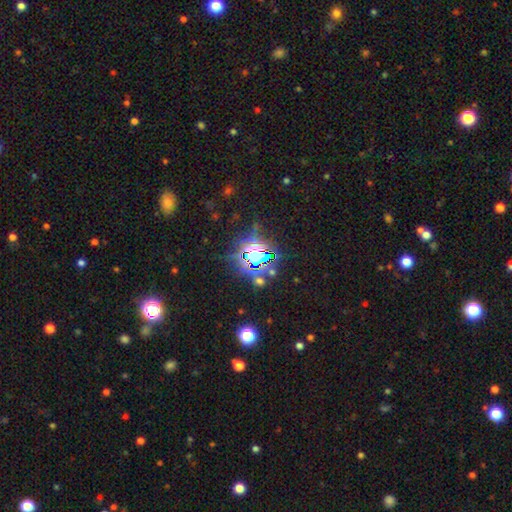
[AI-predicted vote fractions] This appears to be a star or artifact, not a galaxy (77%).